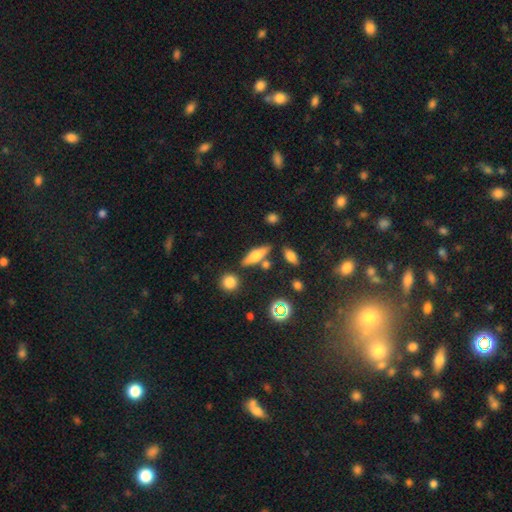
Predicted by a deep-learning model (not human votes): This is possibly a smooth galaxy (48%). Merging: likely none (76%).